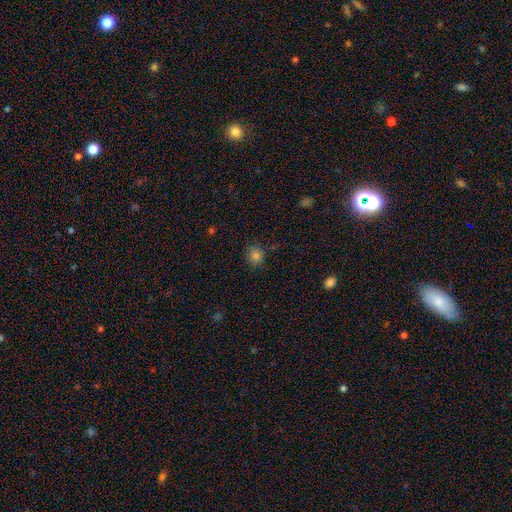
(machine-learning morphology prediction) A smooth galaxy with no disk features (80%) that is round (69%).

Vote fractions:
- Smooth or featured? smooth: 80% / star or artifact: 14% / featured or disk: 6%
- How rounded? round: 69% / in between: 30% / cigar-shaped: 1%
- Merging? none: 82% / minor disturbance: 13% / major disturbance: 3% / merger: 2%